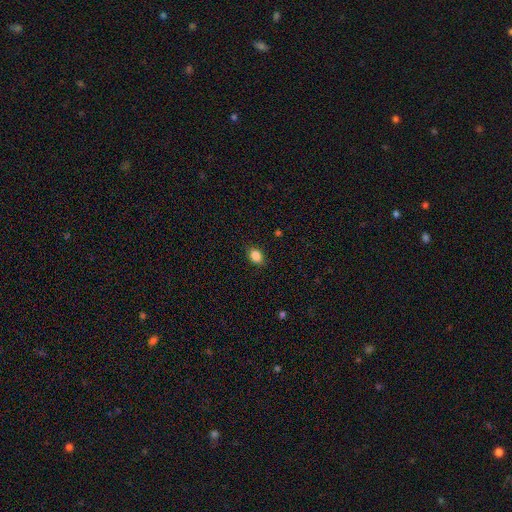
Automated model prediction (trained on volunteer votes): Smooth or featured: smooth — 86% (star or artifact — 9%)
How rounded: in between — 72% (round — 26%)
Merging: none — 86% (minor disturbance — 11%)